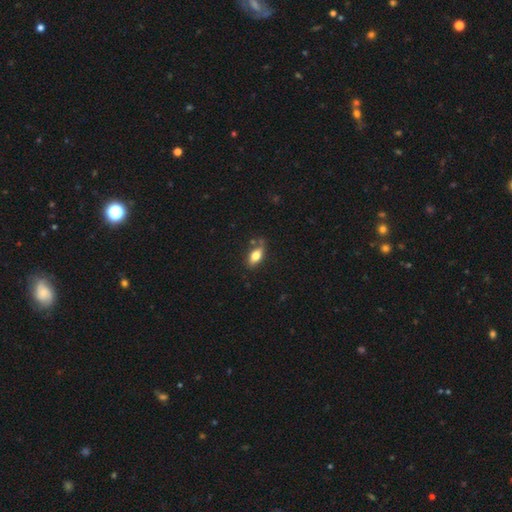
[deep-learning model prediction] Smooth or featured: smooth — 74% (featured or disk — 18%)
How rounded: in between — 84% (cigar-shaped — 11%)
Merging: none — 72% (minor disturbance — 18%)